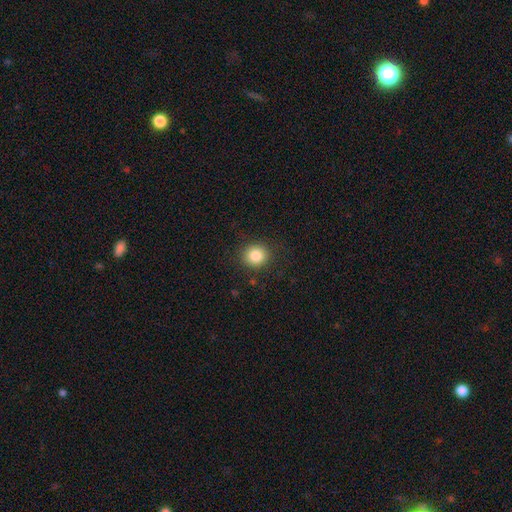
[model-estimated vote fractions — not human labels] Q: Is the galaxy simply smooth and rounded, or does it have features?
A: smooth — 84%.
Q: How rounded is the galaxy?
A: round — 87%.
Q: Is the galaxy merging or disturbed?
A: none — 88%.